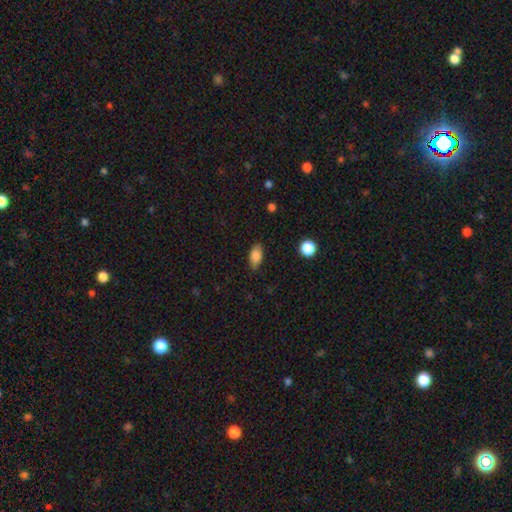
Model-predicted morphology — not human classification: Smooth or featured: smooth — 84% (star or artifact — 8%)
How rounded: in between — 89% (round — 6%)
Merging: none — 83% (minor disturbance — 13%)